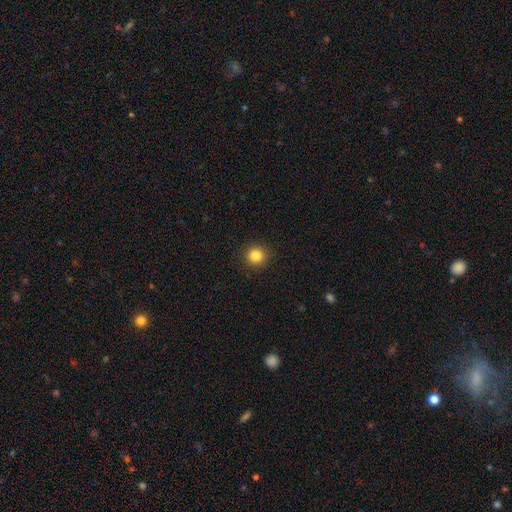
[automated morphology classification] Q: Smooth or featured?
A: smooth (85%); runner-up: star or artifact (11%)
Q: How rounded?
A: round (93%); runner-up: in between (6%)
Q: Merging?
A: none (92%); runner-up: minor disturbance (5%)